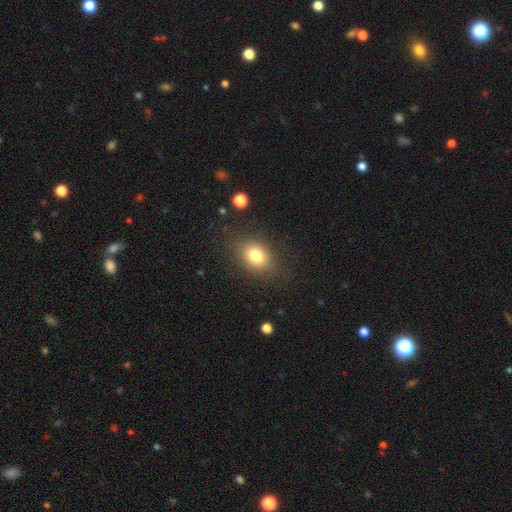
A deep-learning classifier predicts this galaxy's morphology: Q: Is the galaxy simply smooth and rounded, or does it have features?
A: smooth — 79%.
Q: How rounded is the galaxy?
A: in between — 61%.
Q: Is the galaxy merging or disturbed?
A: none — 82%.